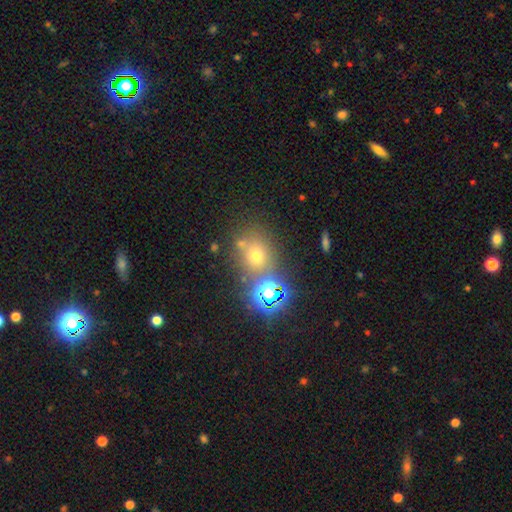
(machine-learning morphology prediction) Q: Smooth or featured?
A: smooth (57%); runner-up: star or artifact (30%)
Q: How rounded?
A: round (69%); runner-up: in between (29%)
Q: Merging?
A: none (65%); runner-up: merger (19%)